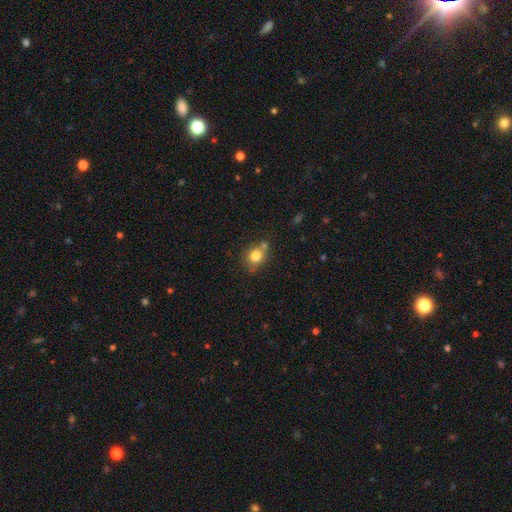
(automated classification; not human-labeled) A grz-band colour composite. It shows a smooth galaxy with no disk features (79%) that is round (65%). Merging: none (58%).